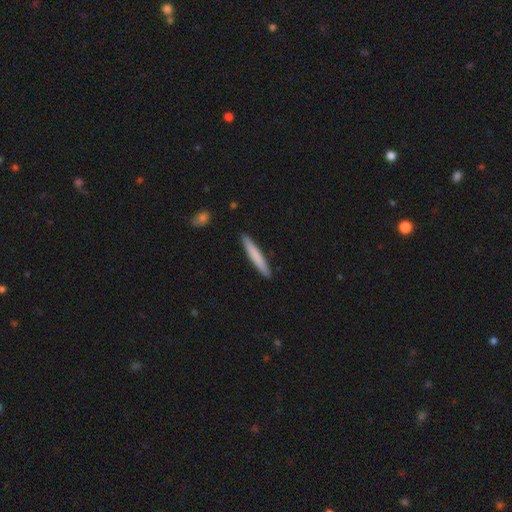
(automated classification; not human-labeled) smooth-or-featured: smooth: 75% | featured or disk: 20% | star or artifact: 5%
  how-rounded: cigar-shaped: 96% | in between: 3% | round: 1%
  merging: none: 91% | minor disturbance: 6% | major disturbance: 1% | merger: 1%